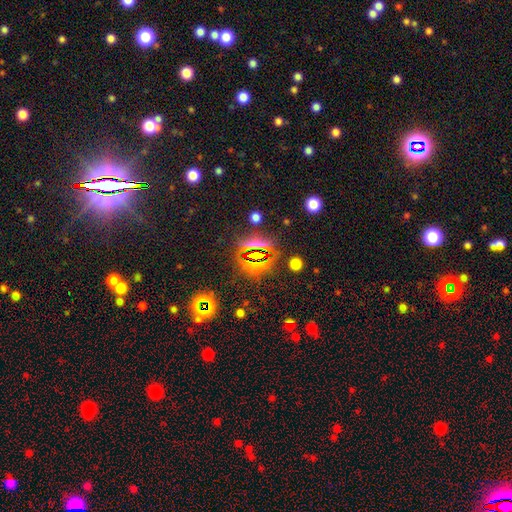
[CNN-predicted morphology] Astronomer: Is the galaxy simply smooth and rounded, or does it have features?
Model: star or artifact — 67%.